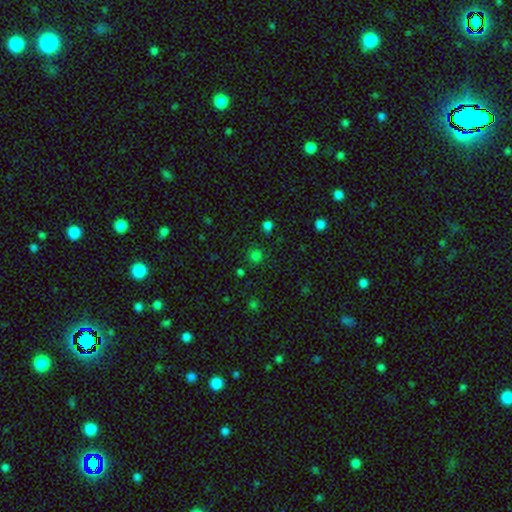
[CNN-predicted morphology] type=smooth (75%); roundness=round (90%); merging=none (83%).